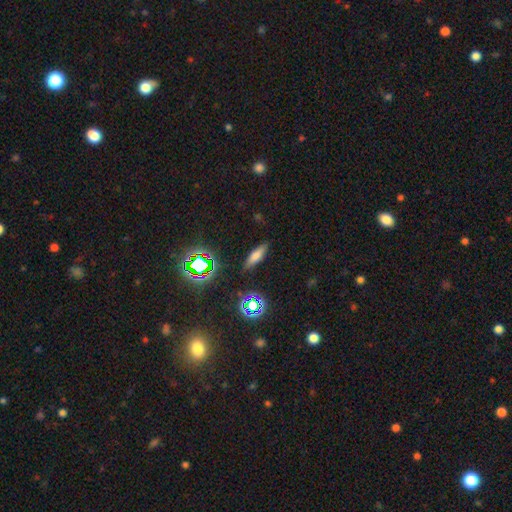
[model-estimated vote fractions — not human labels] smooth_or_featured: smooth (p=0.66) [alt: star or artifact p=0.18]
how_rounded: cigar-shaped (p=0.54) [alt: in between p=0.42]
merging: none (p=0.85) [alt: minor disturbance p=0.10]